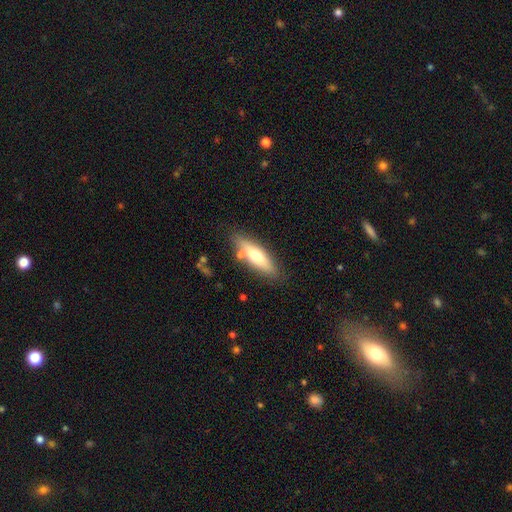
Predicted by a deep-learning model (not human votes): Q: Smooth or featured?
A: smooth (56%); runner-up: featured or disk (37%)
Q: How rounded?
A: cigar-shaped (57%); runner-up: in between (40%)
Q: Merging?
A: none (70%); runner-up: minor disturbance (15%)